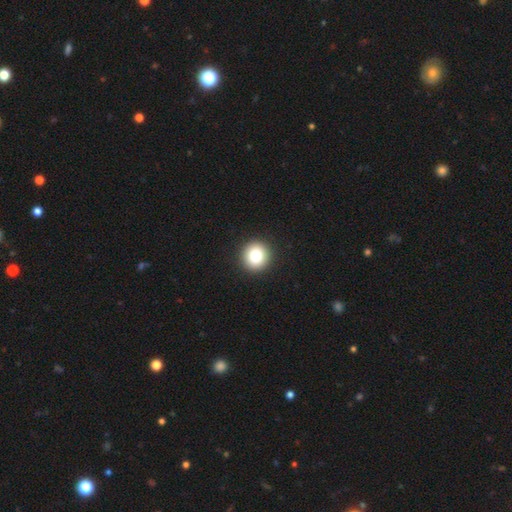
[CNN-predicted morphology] Smooth or featured?
  - smooth: 81% *
  - star or artifact: 10%
  - featured or disk: 9%
How rounded?
  - round: 94% *
  - in between: 5%
  - cigar-shaped: 1%
Merging?
  - none: 94% *
  - minor disturbance: 4%
  - major disturbance: 1%
  - merger: 1%